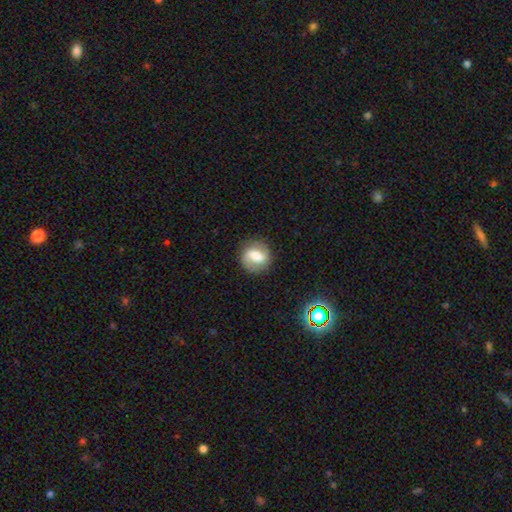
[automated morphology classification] This appears to be a smooth galaxy with no disk features (48%). Merging: none (80%).